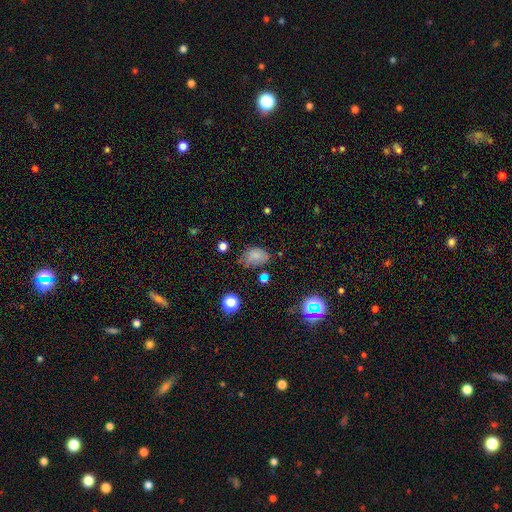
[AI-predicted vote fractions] This is likely a smooth galaxy (72%). How rounded: clearly in between (83%). Merging: possibly none (48%).